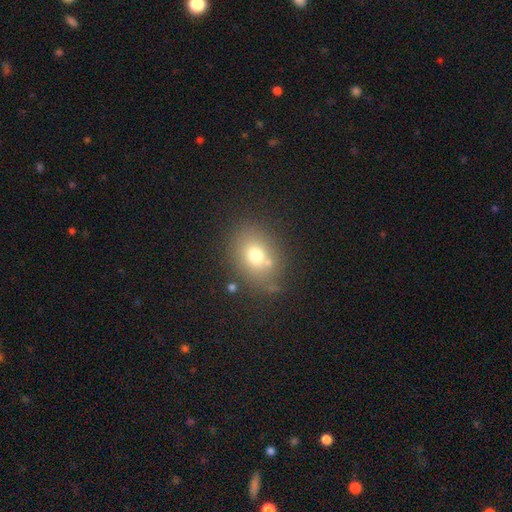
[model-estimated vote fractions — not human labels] Q: Smooth or featured?
A: smooth (71%); runner-up: featured or disk (15%)
Q: How rounded?
A: round (50%); runner-up: in between (49%)
Q: Merging?
A: none (69%); runner-up: minor disturbance (15%)